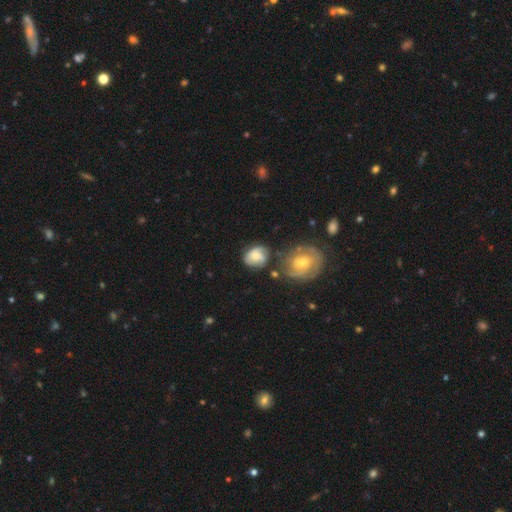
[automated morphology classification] This appears to be a smooth galaxy with no disk features (48%). Merging: none (56%).